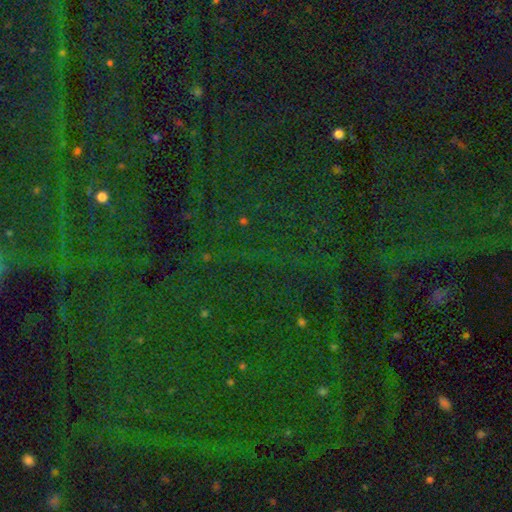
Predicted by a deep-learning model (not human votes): smooth-or-featured: star or artifact: 83% | smooth: 10% | featured or disk: 7%